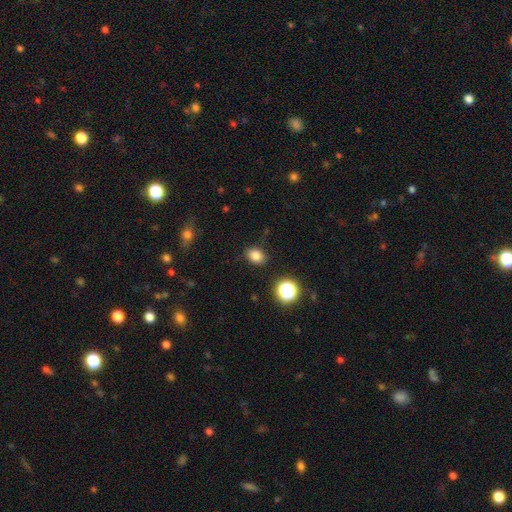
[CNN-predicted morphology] The model was most divided on "how rounded": in between: 62%, round: 37%, cigar-shaped: 1%. More confident: merging — none (86%); smooth or featured — smooth (82%).